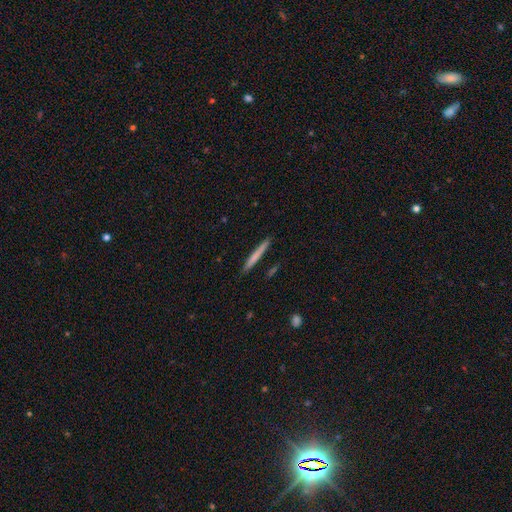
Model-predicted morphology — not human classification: smooth_or_featured: smooth (p=0.67) [alt: featured or disk p=0.27]
how_rounded: cigar-shaped (p=0.97) [alt: in between p=0.02]
merging: none (p=0.91) [alt: minor disturbance p=0.06]